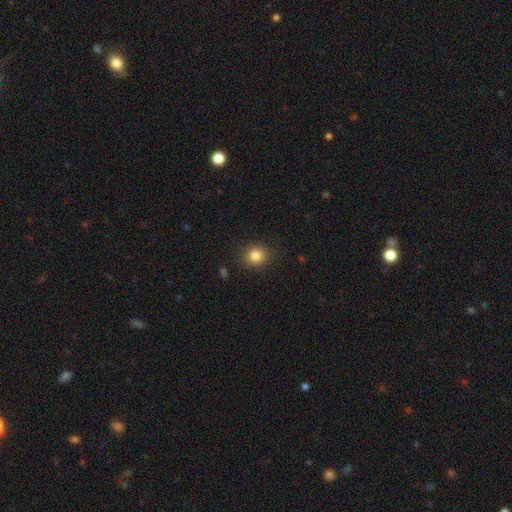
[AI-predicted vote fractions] Smooth or featured: smooth — 83% (star or artifact — 11%)
How rounded: round — 79% (in between — 20%)
Merging: none — 89% (minor disturbance — 8%)